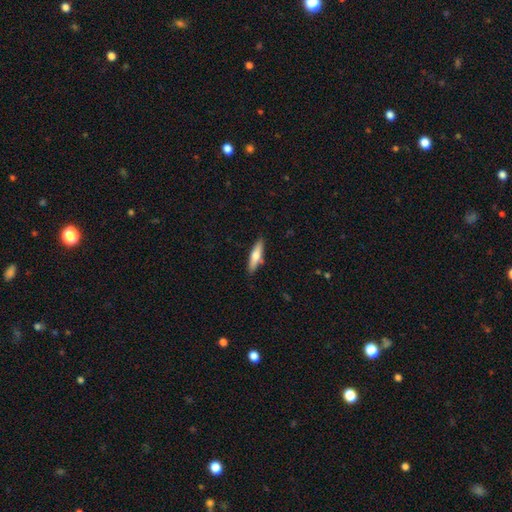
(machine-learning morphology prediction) Smooth or featured? smooth (61%)
How rounded? cigar-shaped (73%)
Merging? none (84%)